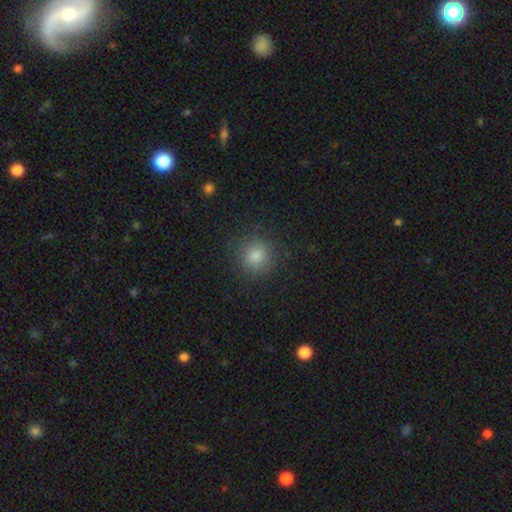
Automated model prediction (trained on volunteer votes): This appears to be a smooth galaxy with no disk features (82%) that is round (91%). Merging: none (89%).